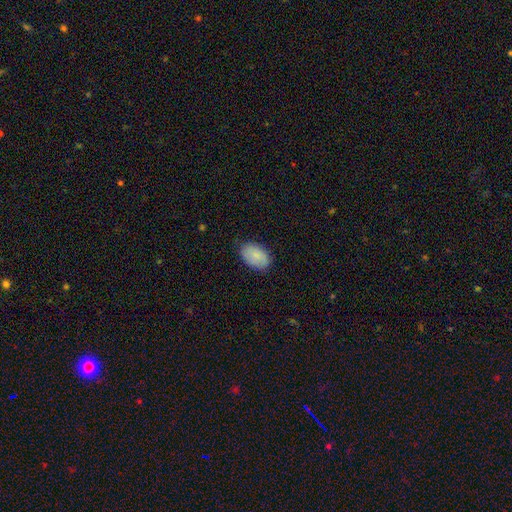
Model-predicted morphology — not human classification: smooth_or_featured: smooth (p=0.86) [alt: featured or disk p=0.08]
how_rounded: in between (p=0.89) [alt: round p=0.10]
merging: none (p=0.82) [alt: minor disturbance p=0.15]